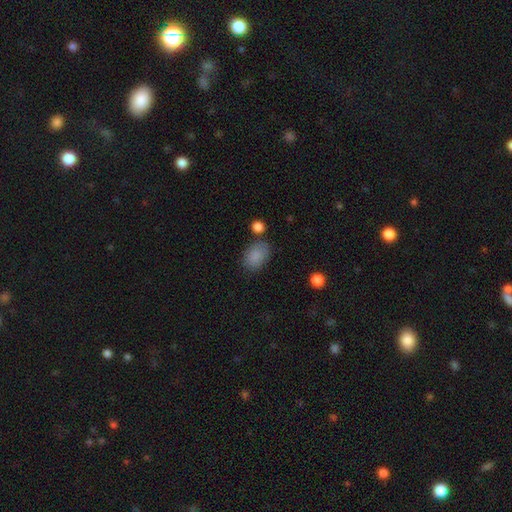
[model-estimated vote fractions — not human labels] This is clearly a smooth galaxy (87%). How rounded: clearly in between (87%). Merging: likely none (74%).